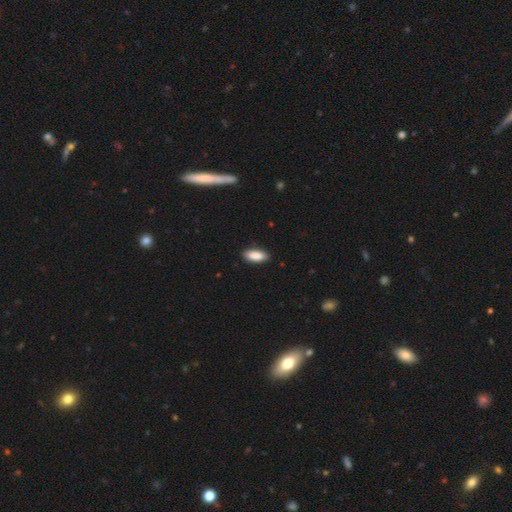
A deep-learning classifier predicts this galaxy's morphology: smooth 88%, featured or disk 6%, star or artifact 6%. Down the decision tree: how rounded — in between (80%); merging — none (88%).